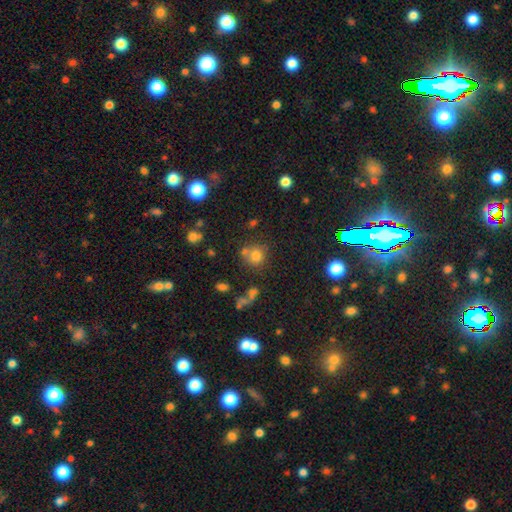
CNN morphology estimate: smooth_or_featured: smooth (p=0.73) [alt: star or artifact p=0.16]
how_rounded: round (p=0.85) [alt: in between p=0.14]
merging: none (p=0.60) [alt: merger p=0.20]